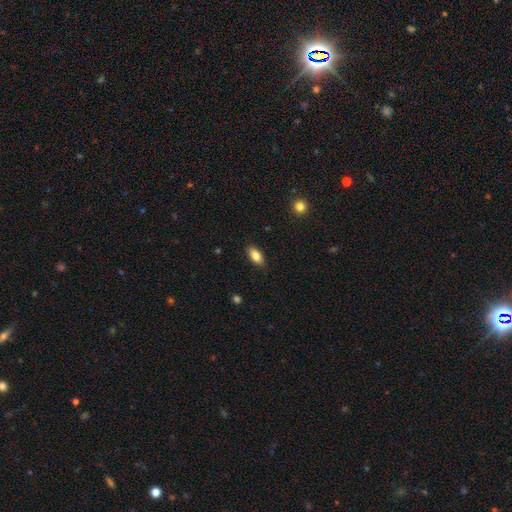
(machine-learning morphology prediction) Q: Smooth or featured?
A: smooth (83%); runner-up: featured or disk (10%)
Q: How rounded?
A: in between (88%); runner-up: cigar-shaped (8%)
Q: Merging?
A: none (87%); runner-up: minor disturbance (10%)